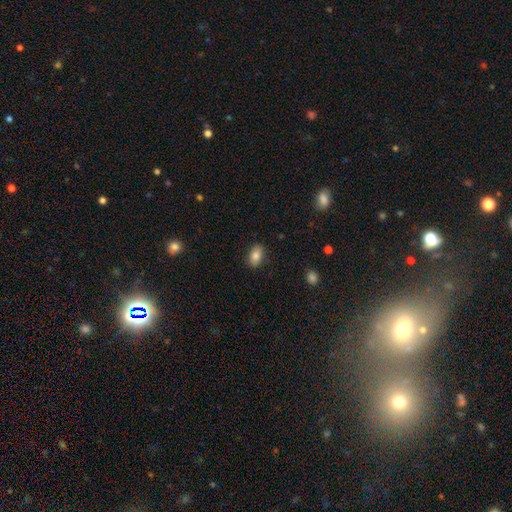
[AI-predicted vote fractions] smooth 83%, featured or disk 8%, star or artifact 8%. Down the decision tree: how rounded — in between (90%); merging — none (87%).